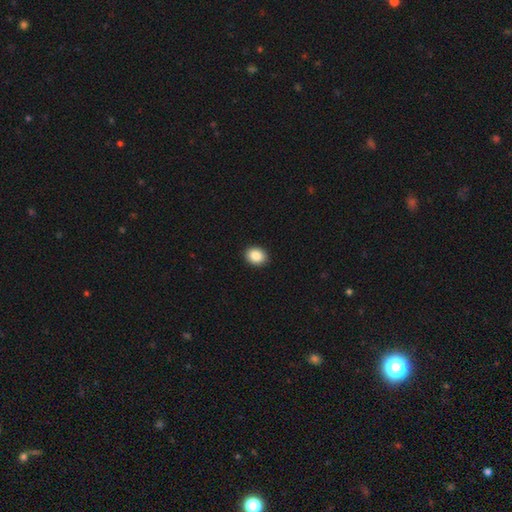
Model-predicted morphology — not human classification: type=smooth (87%); roundness=in between (51%); merging=none (92%).